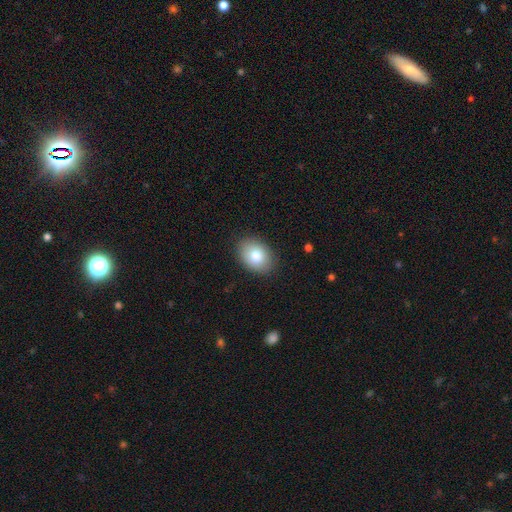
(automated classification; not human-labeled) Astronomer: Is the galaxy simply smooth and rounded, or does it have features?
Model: smooth — 81%.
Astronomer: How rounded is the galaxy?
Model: in between — 76%.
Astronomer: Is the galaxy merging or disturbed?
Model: none — 87%.